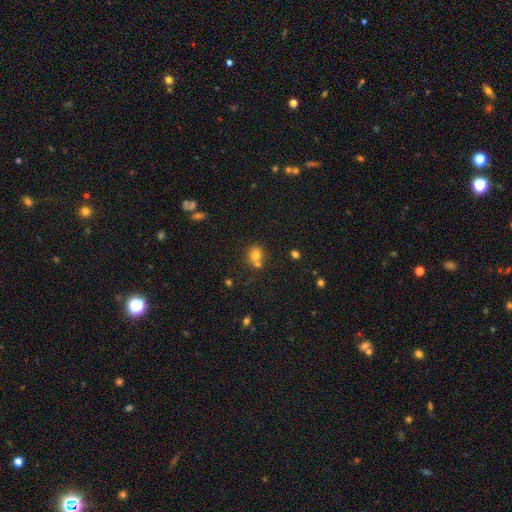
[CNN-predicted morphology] Overall: smooth (75%). How rounded: round (71%). Merging: none (51%; merger 34%).